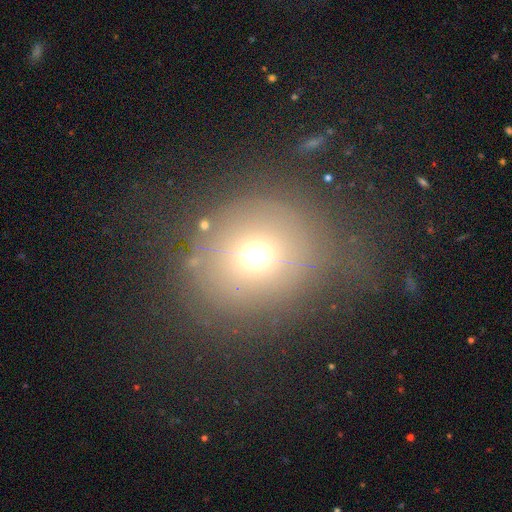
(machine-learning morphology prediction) Q: Smooth or featured?
A: smooth (66%); runner-up: star or artifact (19%)
Q: How rounded?
A: round (83%); runner-up: in between (16%)
Q: Merging?
A: none (66%); runner-up: minor disturbance (17%)